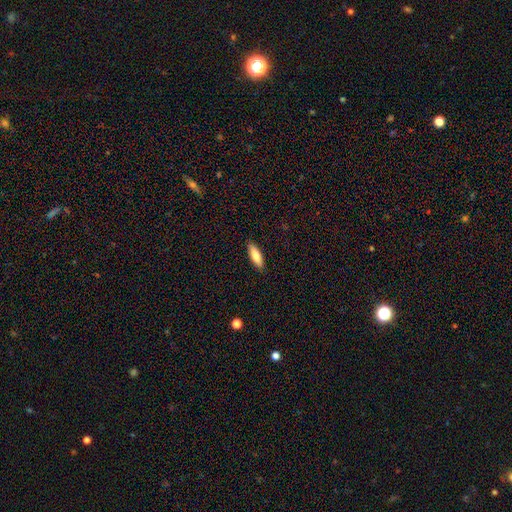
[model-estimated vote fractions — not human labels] Q: Smooth or featured?
A: smooth (79%); runner-up: featured or disk (15%)
Q: How rounded?
A: in between (51%); runner-up: cigar-shaped (47%)
Q: Merging?
A: none (90%); runner-up: minor disturbance (8%)